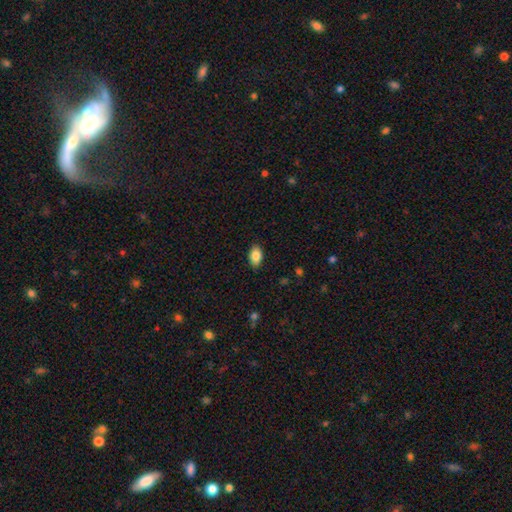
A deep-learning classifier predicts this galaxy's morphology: Smooth or featured? Predicted: smooth (p=0.86). How rounded? Predicted: in between (p=0.92). Merging? Predicted: none (p=0.87).